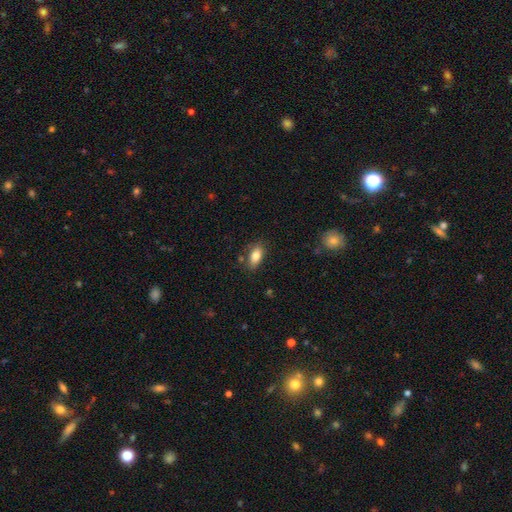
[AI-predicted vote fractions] smooth 83%, featured or disk 9%, star or artifact 8%. Down the decision tree: how rounded — in between (89%); merging — none (78%).